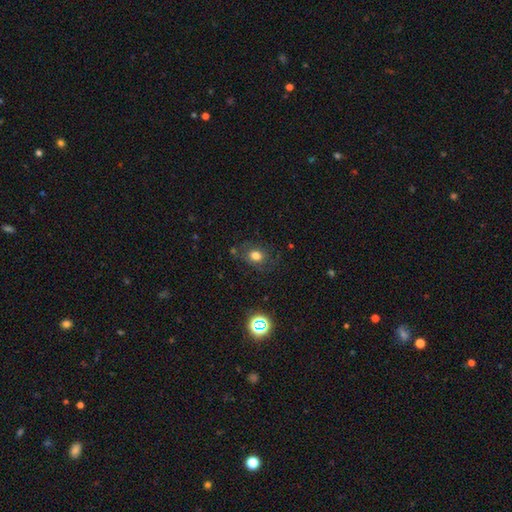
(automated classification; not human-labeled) Smooth or featured? Predicted: smooth (p=0.73). How rounded? Predicted: round (p=0.50). Merging? Predicted: none (p=0.73).